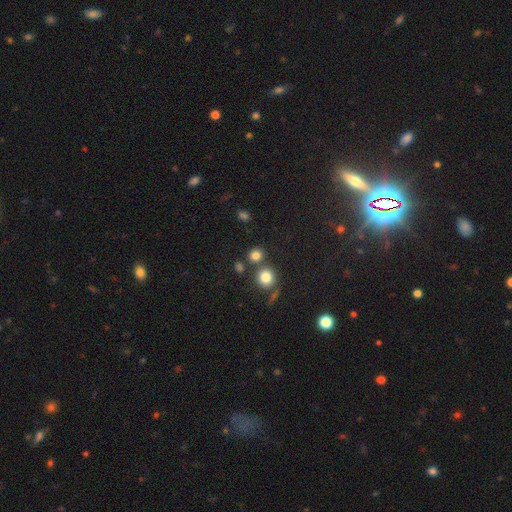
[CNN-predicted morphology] type=smooth (79%); roundness=round (84%); merging=none (69%).